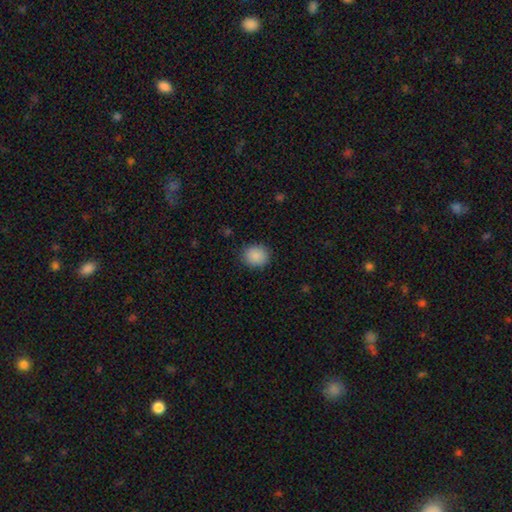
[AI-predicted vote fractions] Smooth or featured? smooth (89%)
How rounded? round (79%)
Merging? none (87%)